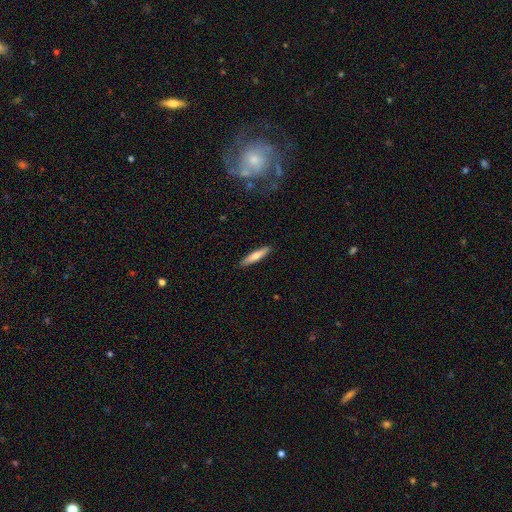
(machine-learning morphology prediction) smooth_or_featured: smooth (p=0.67) [alt: featured or disk p=0.27]
how_rounded: cigar-shaped (p=0.85) [alt: in between p=0.13]
merging: none (p=0.90) [alt: minor disturbance p=0.08]